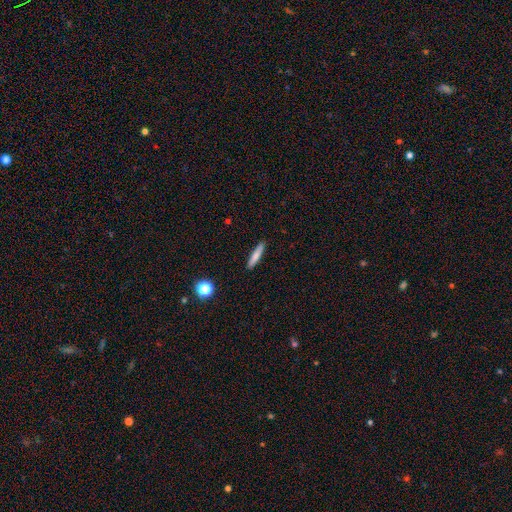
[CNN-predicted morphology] Smooth or featured: smooth — 72% (featured or disk — 20%)
How rounded: cigar-shaped — 90% (in between — 9%)
Merging: none — 89% (minor disturbance — 8%)